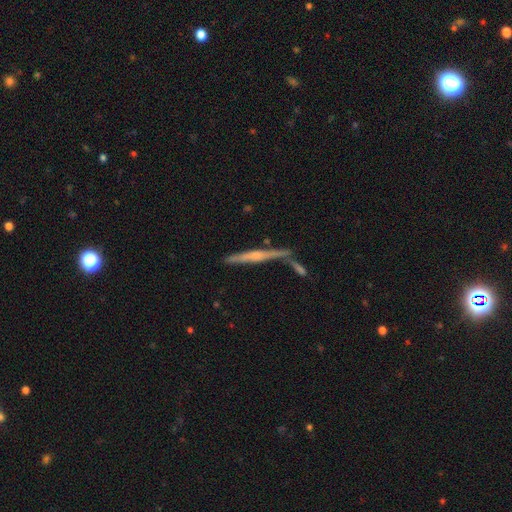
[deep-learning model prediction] Smooth or featured? Predicted: featured or disk (p=0.68). Edge-on disk? Predicted: yes (p=0.95). Edge-on bulge? Predicted: rounded (p=0.61). Merging? Predicted: none (p=0.64).